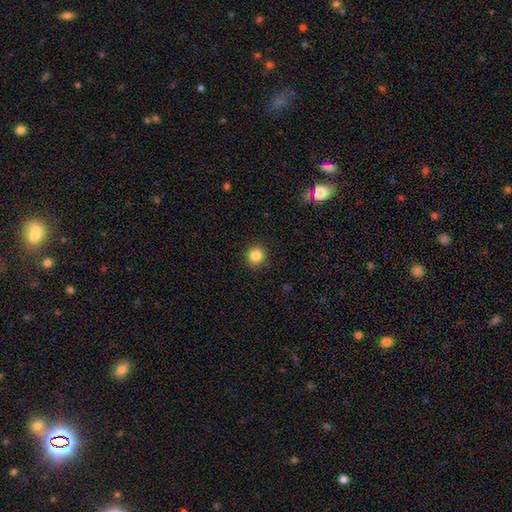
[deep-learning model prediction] This appears to be a smooth galaxy with no disk features (85%) that is round (93%). Merging: none (91%).